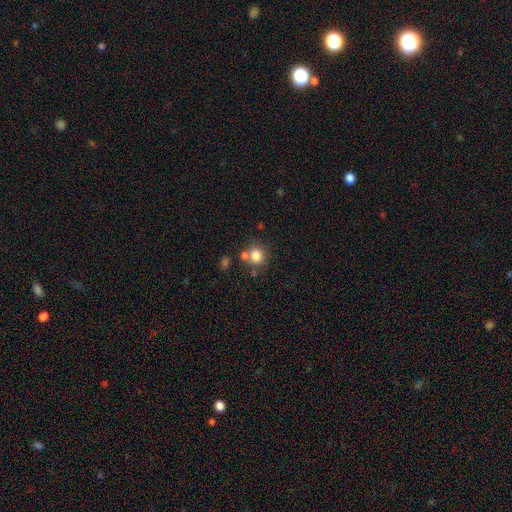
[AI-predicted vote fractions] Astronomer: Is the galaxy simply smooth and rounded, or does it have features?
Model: smooth — 81%.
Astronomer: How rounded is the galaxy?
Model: round — 86%.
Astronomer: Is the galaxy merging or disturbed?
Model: none — 64%.